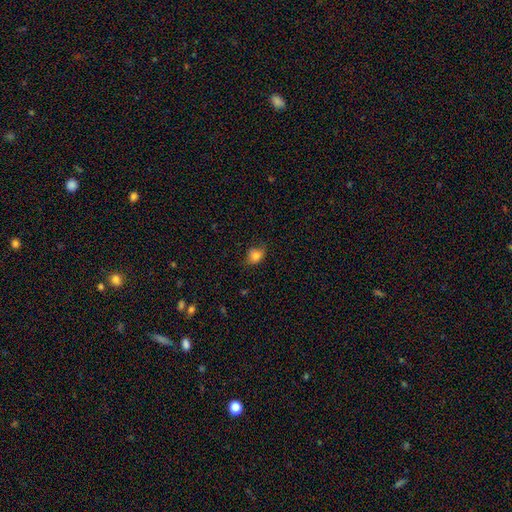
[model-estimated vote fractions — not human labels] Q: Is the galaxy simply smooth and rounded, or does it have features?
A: smooth — 82%.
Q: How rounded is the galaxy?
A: round — 50%.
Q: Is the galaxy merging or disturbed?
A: none — 67%.